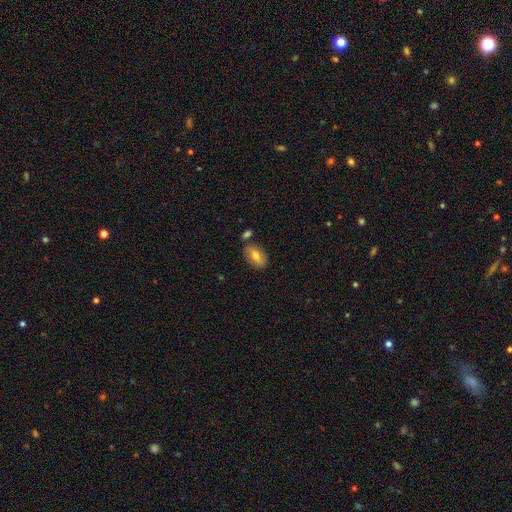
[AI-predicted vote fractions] Smooth or featured? Predicted: smooth (p=0.68). How rounded? Predicted: in between (p=0.88). Merging? Predicted: none (p=0.76).